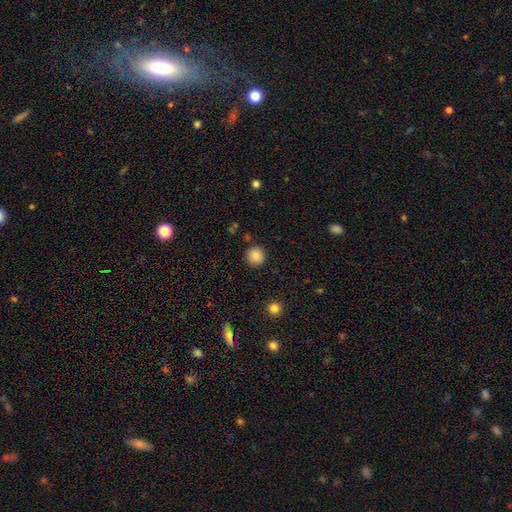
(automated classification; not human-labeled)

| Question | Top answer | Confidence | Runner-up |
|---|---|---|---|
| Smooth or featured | smooth | 86% | star or artifact (10%) |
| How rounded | round | 95% | in between (4%) |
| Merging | none | 91% | minor disturbance (6%) |